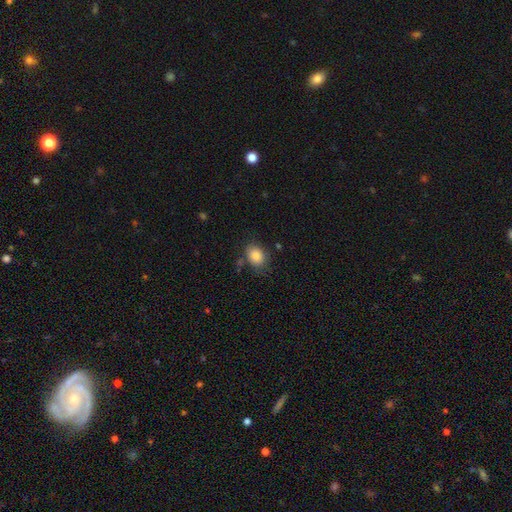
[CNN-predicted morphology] Q: Smooth or featured?
A: smooth (86%); runner-up: star or artifact (8%)
Q: How rounded?
A: in between (67%); runner-up: round (32%)
Q: Merging?
A: none (75%); runner-up: minor disturbance (17%)